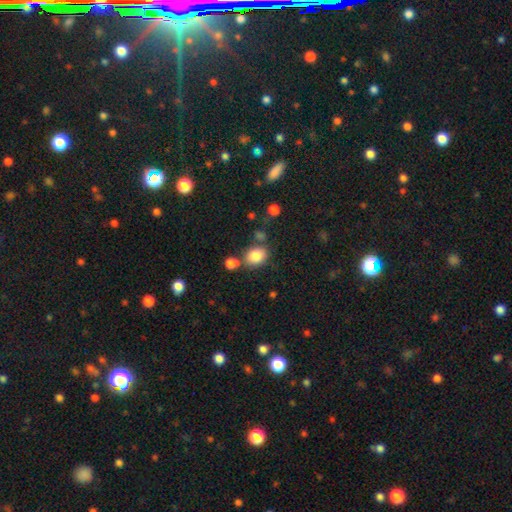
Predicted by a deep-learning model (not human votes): Smooth or featured: smooth — 83% (star or artifact — 10%)
How rounded: in between — 52% (round — 47%)
Merging: none — 64% (merger — 17%)